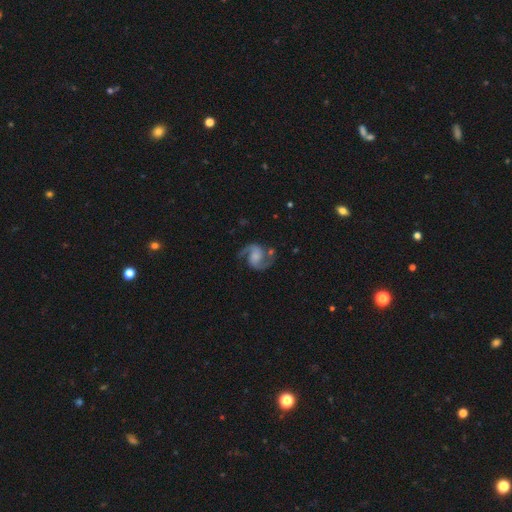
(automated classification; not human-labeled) The model was most divided on "bulge size": none: 39%, small: 25%, moderate: 22%, large: 12%, dominant: 3%. More confident: edge-on disk — no (98%); spiral arms — yes (98%); spiral arm count — 2 (94%); smooth or featured — featured or disk (90%); merging — none (78%); spiral winding — medium (57%); bar — no (53%).